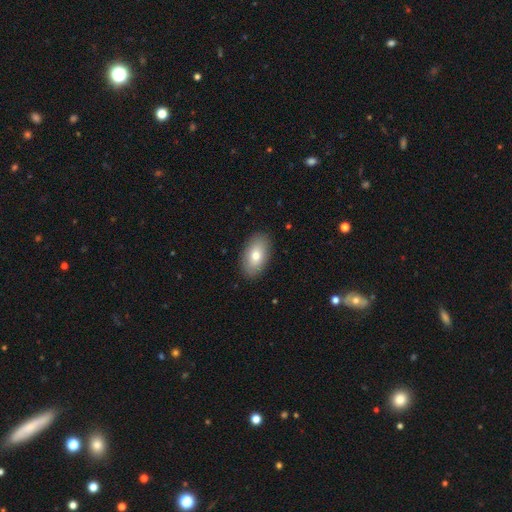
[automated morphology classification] A smooth galaxy with no disk features (76%) that is in between round and cigar-shaped (93%).

Vote fractions:
- Smooth or featured? smooth: 76% / featured or disk: 17% / star or artifact: 7%
- How rounded? in between: 93% / round: 5% / cigar-shaped: 2%
- Merging? none: 88% / minor disturbance: 9% / major disturbance: 2% / merger: 1%